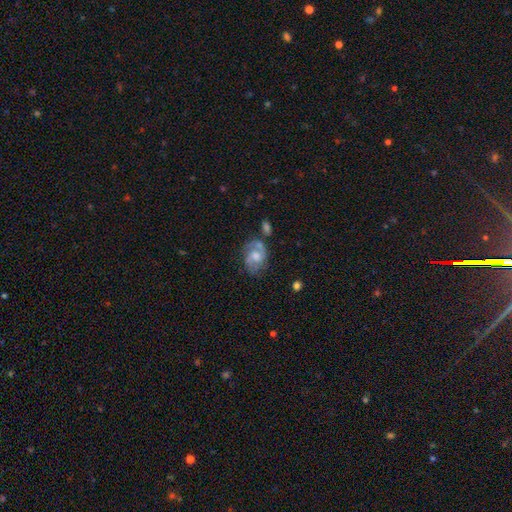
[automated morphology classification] smooth-or-featured: featured or disk: 75% | smooth: 17% | star or artifact: 8%
  disk-edge-on: no: 97% | yes: 3%
    bar: no: 55% | weak: 39% | strong: 7%
    has-spiral-arms: yes: 91% | no: 9%
      spiral-winding: medium: 50% | tight: 33% | loose: 17%
      spiral-arm-count: 2: 78% | can't tell: 10% | 1: 5% | 3: 4% | 4: 1% | more than 4: 1%
    bulge-size: moderate: 57% | small: 27% | large: 9% | none: 5% | dominant: 1%
  merging: none: 61% | minor disturbance: 19% | merger: 11% | major disturbance: 9%